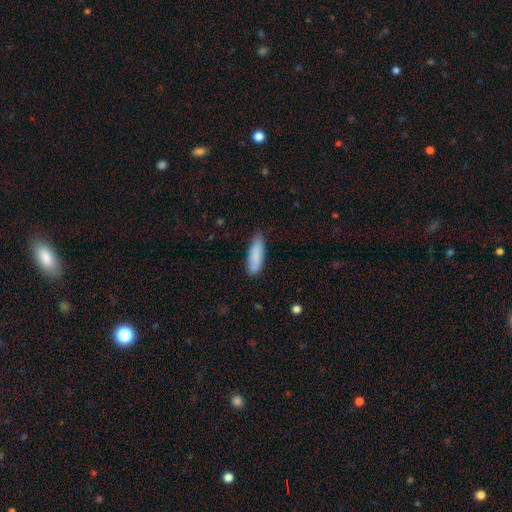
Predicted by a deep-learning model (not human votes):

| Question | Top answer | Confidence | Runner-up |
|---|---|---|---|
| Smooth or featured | smooth | 84% | featured or disk (10%) |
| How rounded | cigar-shaped | 63% | in between (35%) |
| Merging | none | 70% | minor disturbance (24%) |